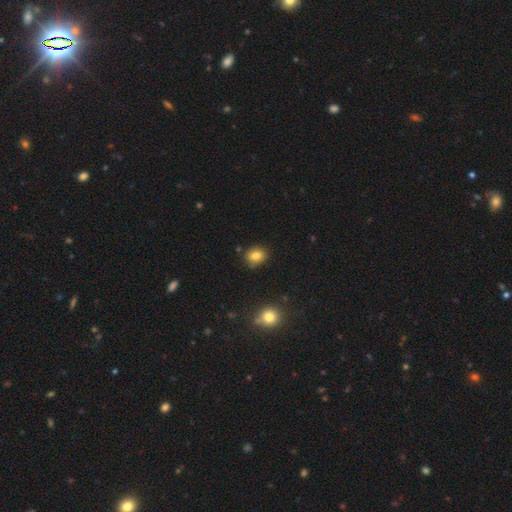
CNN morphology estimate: Overall: smooth (82%). How rounded: round (65%; in between 34%). Merging: none (82%).